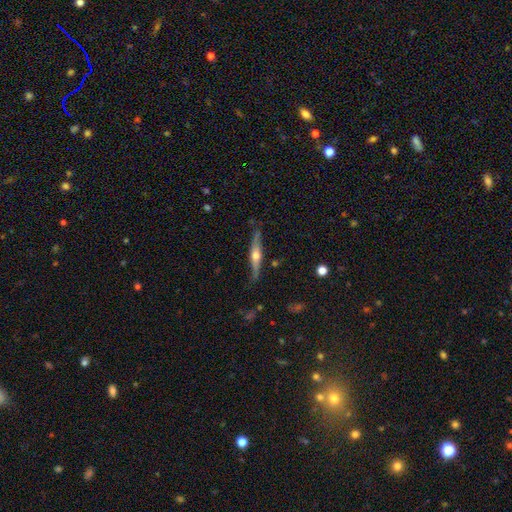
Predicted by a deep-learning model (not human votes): Smooth or featured?
  - featured or disk: 65% *
  - smooth: 29%
  - star or artifact: 5%
Edge-on disk?
  - yes: 92% *
  - no: 8%
Edge-on bulge?
  - rounded: 91% *
  - boxy: 5%
  - none: 5%
Merging?
  - none: 76% *
  - minor disturbance: 19%
  - major disturbance: 3%
  - merger: 2%